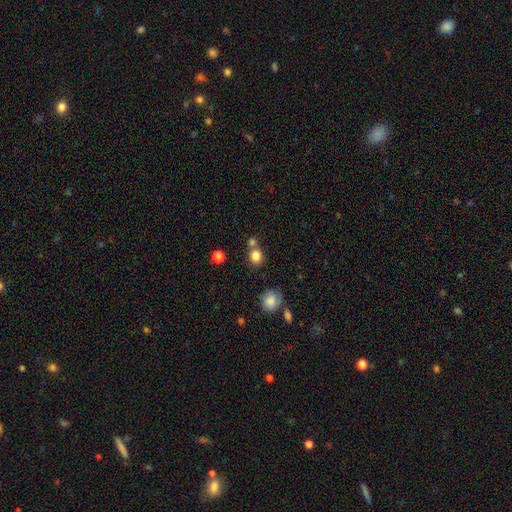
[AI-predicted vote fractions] A smooth galaxy with no disk features (83%) that is round (76%).

Vote fractions:
- Smooth or featured? smooth: 83% / star or artifact: 11% / featured or disk: 6%
- How rounded? round: 76% / in between: 23% / cigar-shaped: 1%
- Merging? none: 62% / merger: 24% / minor disturbance: 10% / major disturbance: 3%